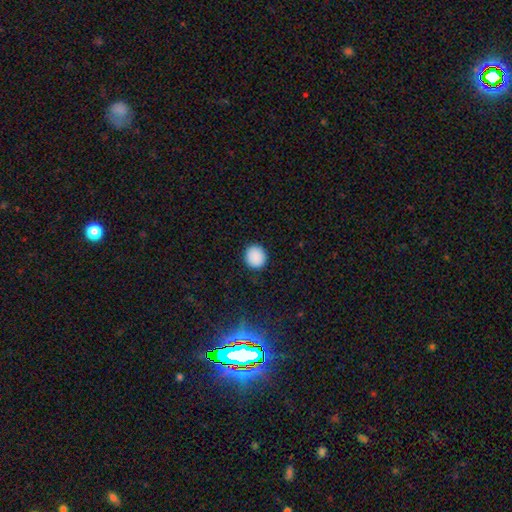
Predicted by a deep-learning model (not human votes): This is clearly a smooth galaxy (89%). How rounded: clearly round (84%). Merging: clearly none (91%).